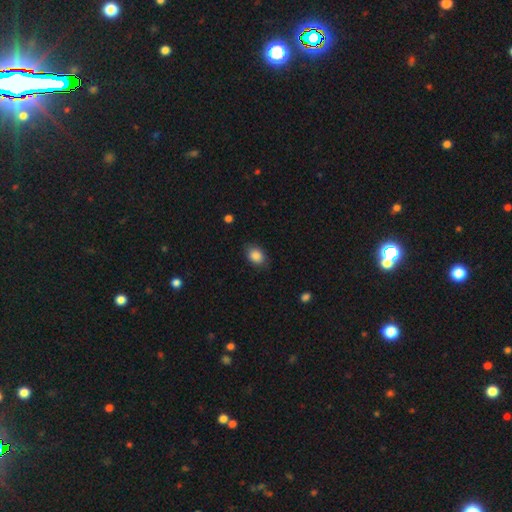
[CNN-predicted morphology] Smooth or featured: smooth — 87% (star or artifact — 8%)
How rounded: in between — 71% (round — 28%)
Merging: none — 81% (minor disturbance — 15%)